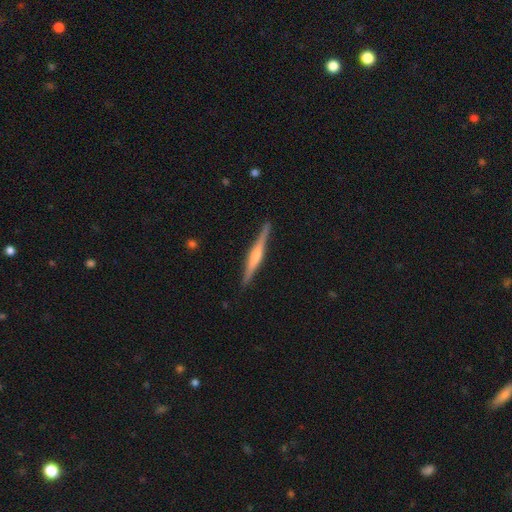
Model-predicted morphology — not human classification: type=featured or disk (70%); edge-on=yes (98%); edge-on bulge=rounded (58%); merging=none (90%).